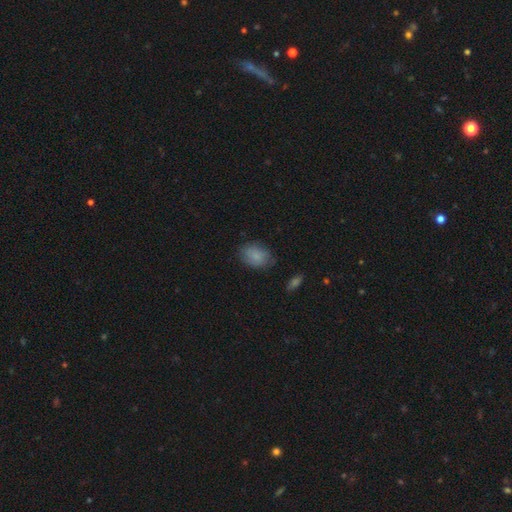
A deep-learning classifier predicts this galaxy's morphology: This appears to be a smooth galaxy with no disk features (85%) that is in between round and cigar-shaped (74%). Merging: none (77%).